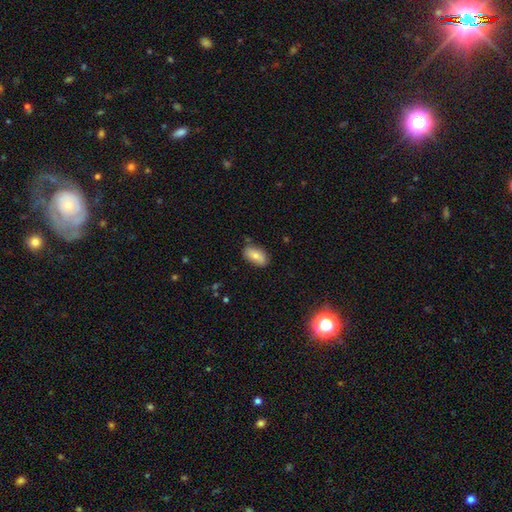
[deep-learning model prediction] Smooth or featured? Predicted: smooth (p=0.77). How rounded? Predicted: in between (p=0.91). Merging? Predicted: none (p=0.79).